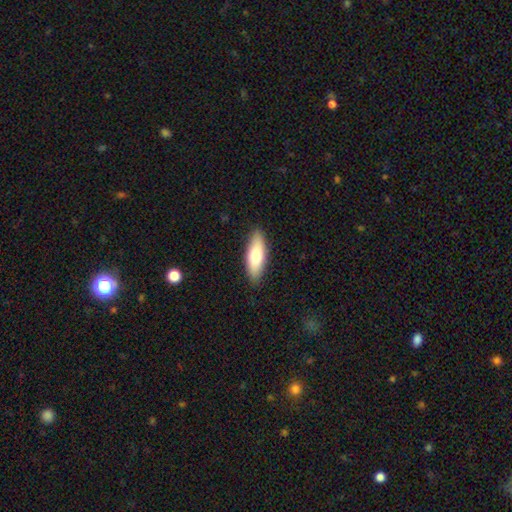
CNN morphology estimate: The model was most divided on "how rounded": in between: 61%, cigar-shaped: 37%, round: 2%. More confident: merging — none (88%); smooth or featured — smooth (74%).